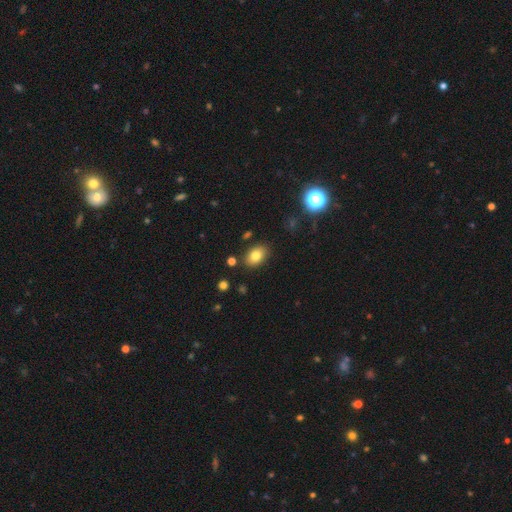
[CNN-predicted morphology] The model was most divided on "how rounded": in between: 84%, round: 15%, cigar-shaped: 1%. More confident: merging — none (85%); smooth or featured — smooth (80%).